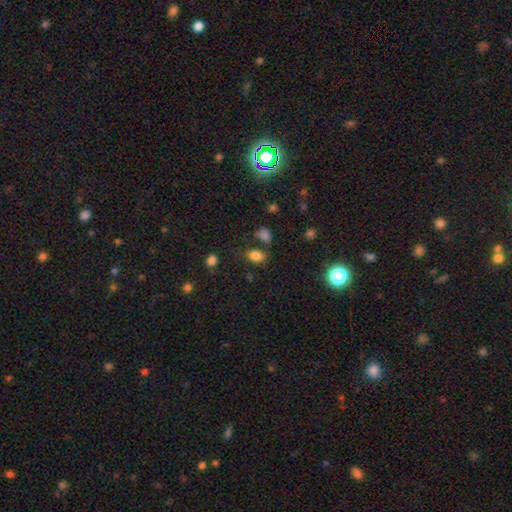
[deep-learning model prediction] smooth-or-featured: smooth: 80% | star or artifact: 13% | featured or disk: 6%
  how-rounded: in between: 81% | round: 17% | cigar-shaped: 2%
  merging: none: 72% | minor disturbance: 15% | merger: 8% | major disturbance: 5%